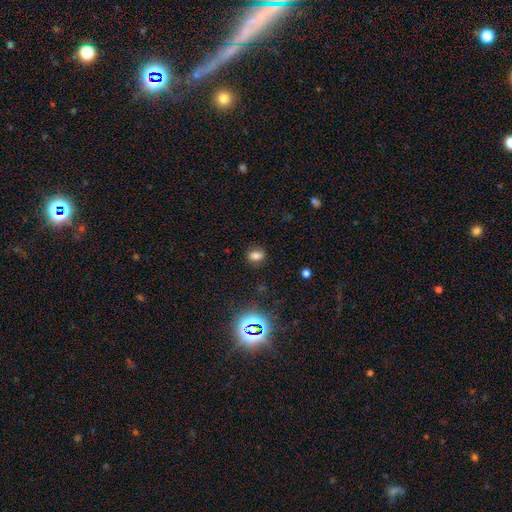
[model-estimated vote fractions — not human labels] Smooth or featured?
  - smooth: 72% *
  - star or artifact: 19%
  - featured or disk: 9%
How rounded?
  - in between: 58% *
  - round: 40%
  - cigar-shaped: 2%
Merging?
  - none: 84% *
  - minor disturbance: 11%
  - major disturbance: 3%
  - merger: 2%